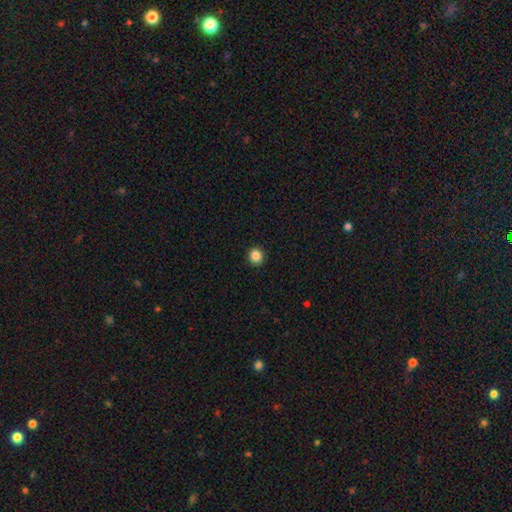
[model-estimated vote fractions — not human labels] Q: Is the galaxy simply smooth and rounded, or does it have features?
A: smooth — 85%.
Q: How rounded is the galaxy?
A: round — 88%.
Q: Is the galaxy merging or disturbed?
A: none — 92%.